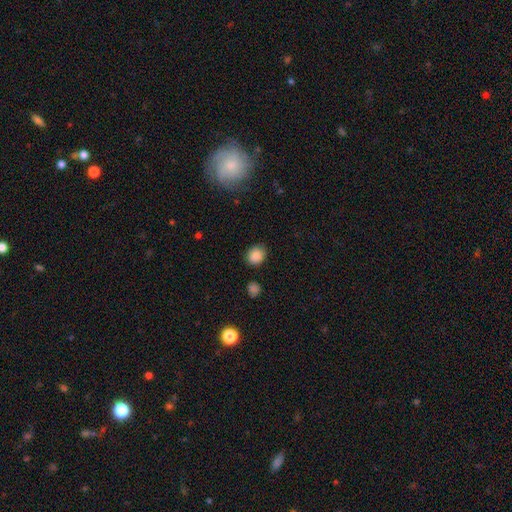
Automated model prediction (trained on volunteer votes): Q: Smooth or featured?
A: smooth (86%); runner-up: star or artifact (10%)
Q: How rounded?
A: round (68%); runner-up: in between (31%)
Q: Merging?
A: none (80%); runner-up: minor disturbance (14%)